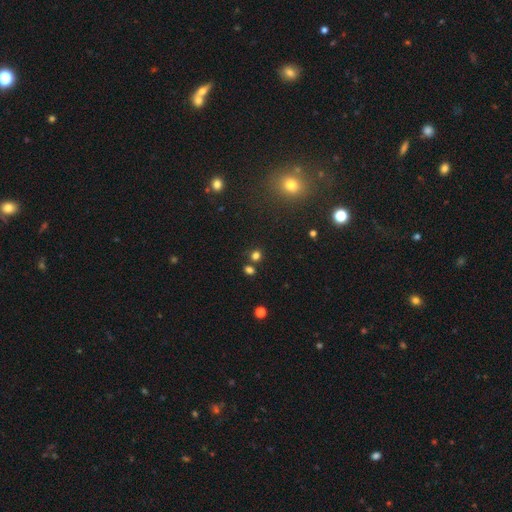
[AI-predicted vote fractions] smooth-or-featured: smooth: 70% | star or artifact: 25% | featured or disk: 6%
  how-rounded: round: 80% | in between: 19% | cigar-shaped: 1%
  merging: none: 74% | merger: 14% | minor disturbance: 8% | major disturbance: 3%